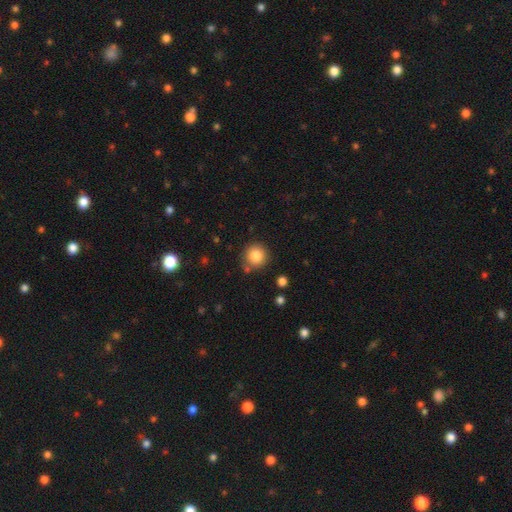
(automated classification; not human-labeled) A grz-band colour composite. It shows a smooth galaxy with no disk features (83%) that is round (93%). Merging: none (82%).